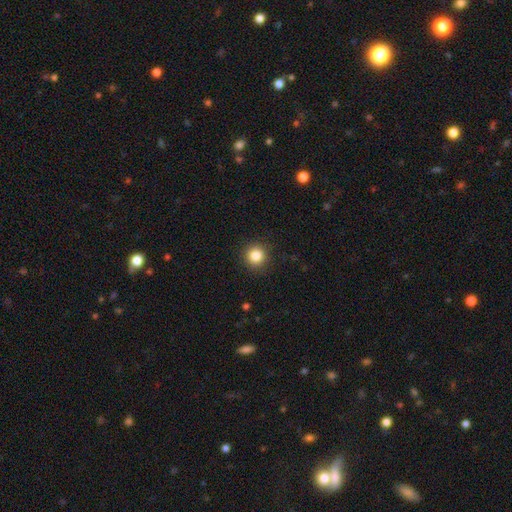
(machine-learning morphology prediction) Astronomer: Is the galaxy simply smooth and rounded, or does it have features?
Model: smooth — 84%.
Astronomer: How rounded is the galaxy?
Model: round — 94%.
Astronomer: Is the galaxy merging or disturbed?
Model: none — 91%.